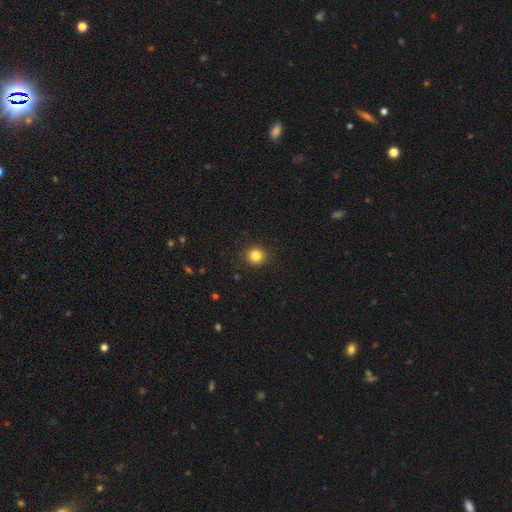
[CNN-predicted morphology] This is clearly a smooth galaxy (83%). How rounded: clearly round (91%). Merging: clearly none (92%).